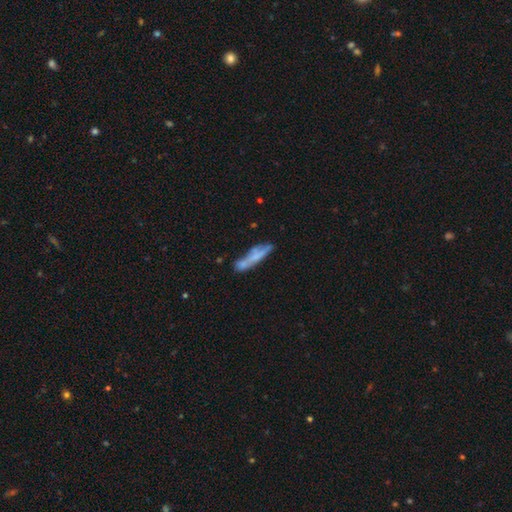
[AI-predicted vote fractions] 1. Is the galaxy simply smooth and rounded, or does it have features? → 56% smooth, 37% featured or disk, 7% star or artifact.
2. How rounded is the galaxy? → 79% cigar-shaped, 18% in between, 2% round.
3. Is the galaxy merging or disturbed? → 44% none, 27% merger, 20% minor disturbance, 10% major disturbance.